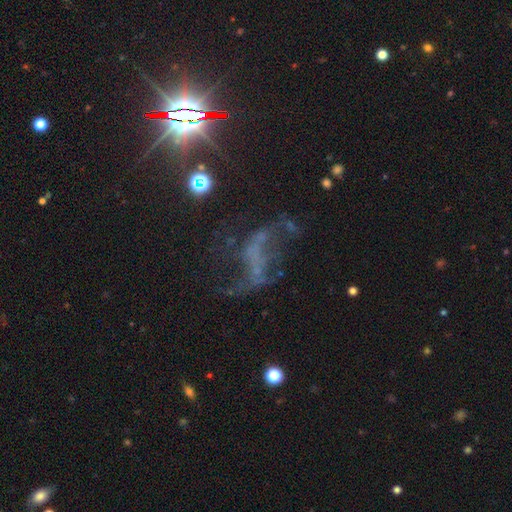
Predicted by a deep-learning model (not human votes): Smooth or featured?
  - featured or disk: 55% *
  - star or artifact: 32%
  - smooth: 12%
Edge-on disk?
  - no: 93% *
  - yes: 7%
Bar?
  - no: 52% *
  - weak: 25%
  - strong: 23%
Spiral arms?
  - yes: 63% *
  - no: 37%
Bulge size?
  - none: 75% *
  - small: 15%
  - moderate: 6%
  - large: 2%
  - dominant: 2%
Merging?
  - none: 45% *
  - major disturbance: 33%
  - minor disturbance: 16%
  - merger: 6%